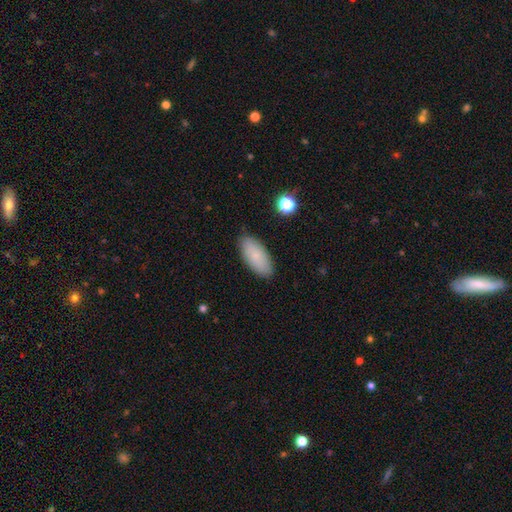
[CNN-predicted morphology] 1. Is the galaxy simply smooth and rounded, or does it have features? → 80% smooth, 13% featured or disk, 7% star or artifact.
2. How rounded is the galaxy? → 89% in between, 8% cigar-shaped, 2% round.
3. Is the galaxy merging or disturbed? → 86% none, 10% minor disturbance, 2% major disturbance, 1% merger.